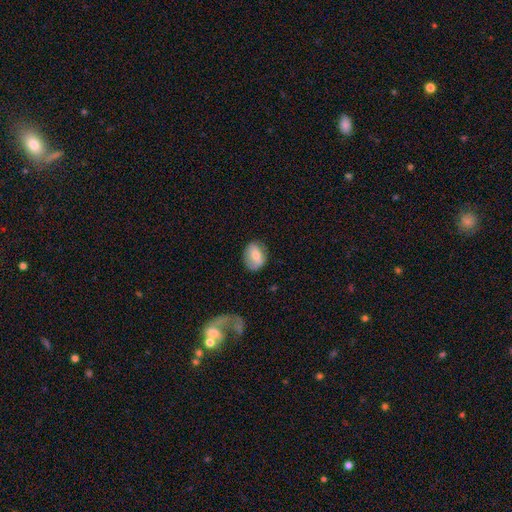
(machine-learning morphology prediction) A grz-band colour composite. It shows a smooth galaxy with no disk features (62%) that is in between round and cigar-shaped (68%). Merging: none (75%).